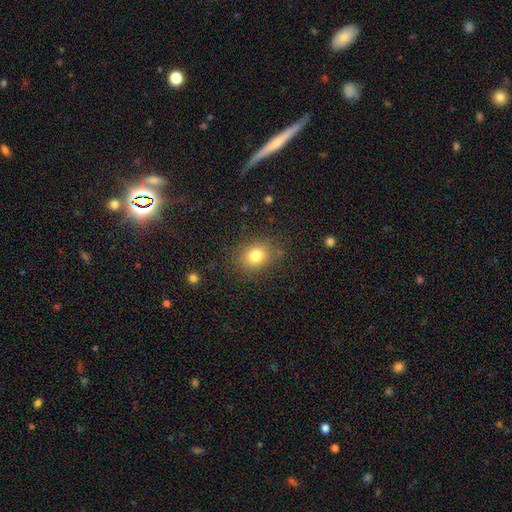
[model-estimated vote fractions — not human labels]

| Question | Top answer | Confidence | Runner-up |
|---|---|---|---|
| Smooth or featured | smooth | 79% | star or artifact (12%) |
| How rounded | round | 51% | in between (48%) |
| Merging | none | 82% | minor disturbance (12%) |